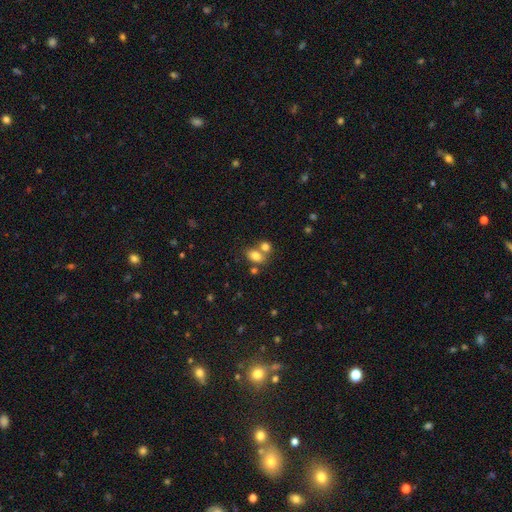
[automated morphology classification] Smooth or featured?
  - smooth: 79% *
  - featured or disk: 11%
  - star or artifact: 10%
How rounded?
  - in between: 79% *
  - round: 19%
  - cigar-shaped: 2%
Merging?
  - merger: 43% * (tied)
  - none: 43% * (tied)
  - minor disturbance: 10%
  - major disturbance: 4%